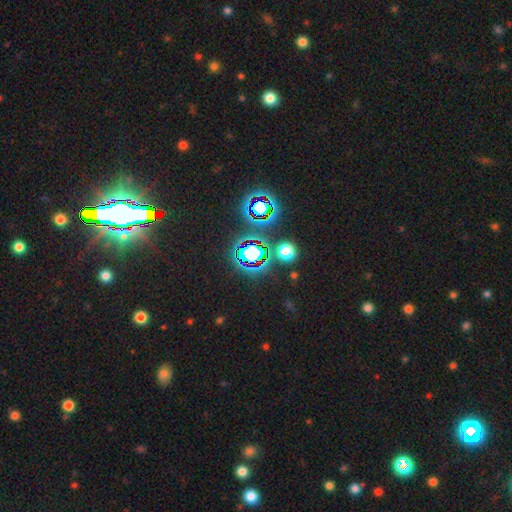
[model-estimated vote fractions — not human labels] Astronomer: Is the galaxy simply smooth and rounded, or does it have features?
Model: star or artifact — 71%.